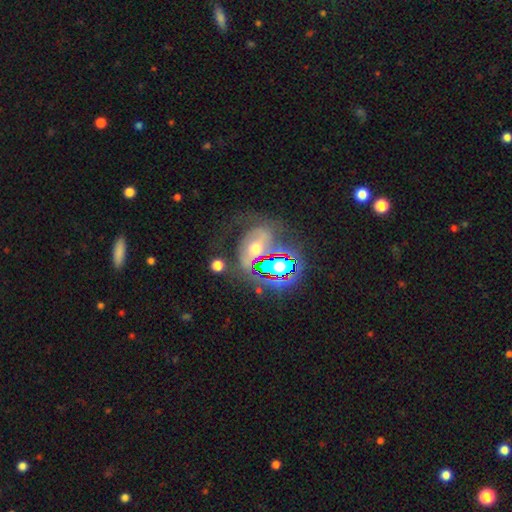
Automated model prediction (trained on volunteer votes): The model was most divided on "smooth or featured": star or artifact: 56%, featured or disk: 28%, smooth: 15%.